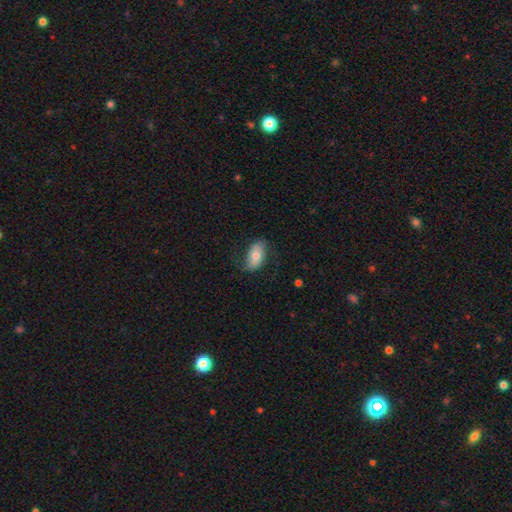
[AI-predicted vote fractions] Smooth or featured: smooth — 62% (featured or disk — 30%)
How rounded: in between — 92% (round — 6%)
Merging: none — 70% (minor disturbance — 21%)